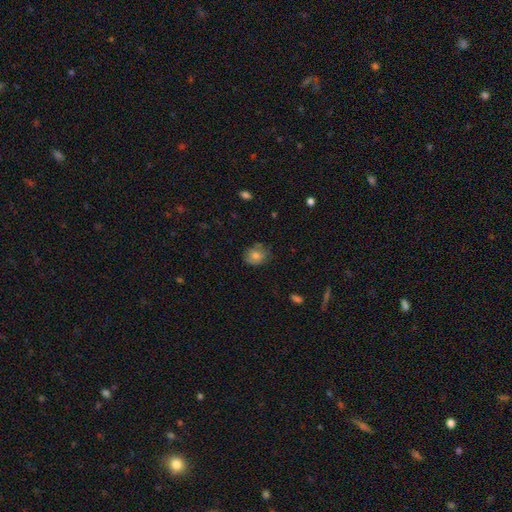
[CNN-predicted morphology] smooth_or_featured: smooth (p=0.76) [alt: featured or disk p=0.15]
how_rounded: round (p=0.59) [alt: in between p=0.40]
merging: none (p=0.71) [alt: minor disturbance p=0.22]